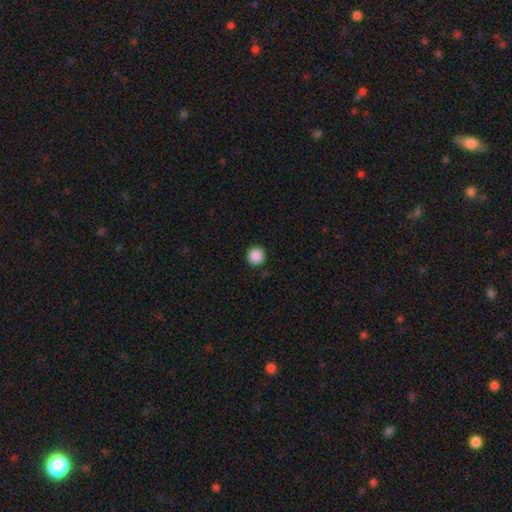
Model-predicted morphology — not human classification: Overall: smooth (88%). How rounded: round (94%). Merging: none (92%).